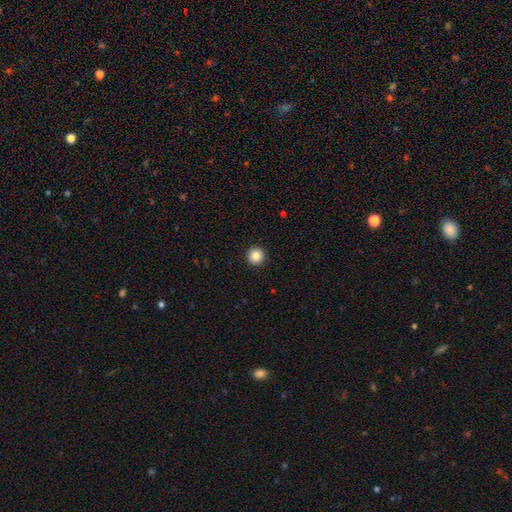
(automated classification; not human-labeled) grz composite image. It shows a smooth galaxy with no disk features (86%) that is round (96%). Merging: none (94%).